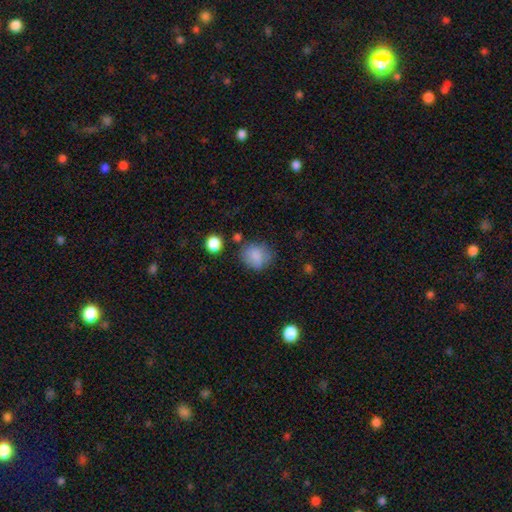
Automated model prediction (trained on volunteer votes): smooth 82%, star or artifact 10%, featured or disk 8%. Down the decision tree: how rounded — round (69%); merging — none (66%).